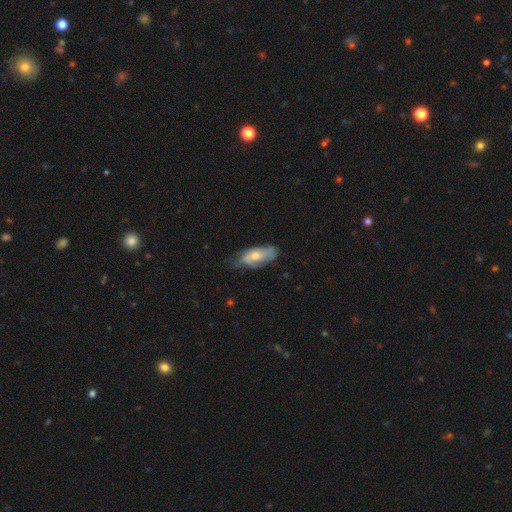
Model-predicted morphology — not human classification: A featured or disk galaxy (47%). Merging: none (56%).